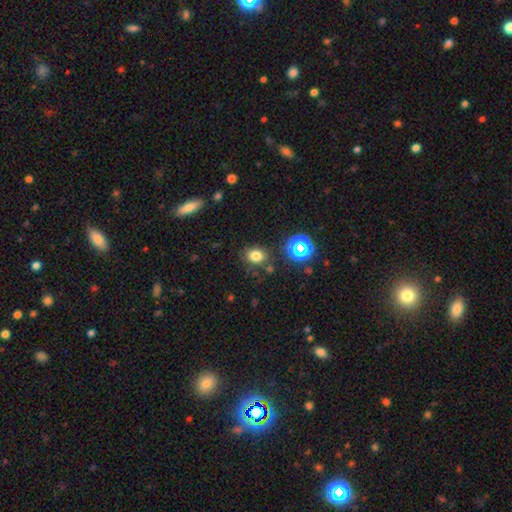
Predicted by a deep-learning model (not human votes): Smooth or featured? Predicted: smooth (p=0.77). How rounded? Predicted: round (p=0.50). Merging? Predicted: none (p=0.79).